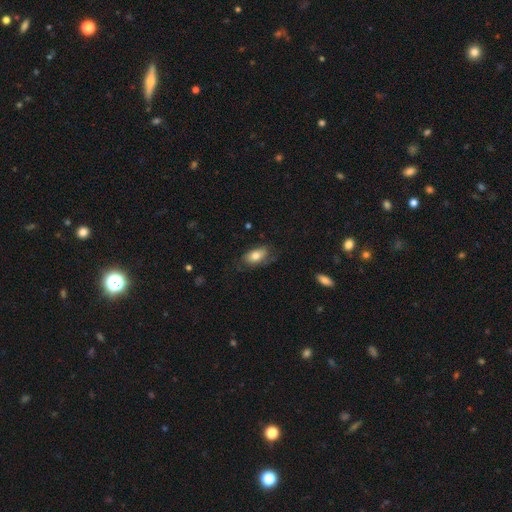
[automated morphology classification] smooth-or-featured: smooth: 72% | featured or disk: 21% | star or artifact: 7%
  how-rounded: in between: 90% | round: 6% | cigar-shaped: 4%
  merging: none: 61% | minor disturbance: 25% | major disturbance: 12% | merger: 2%